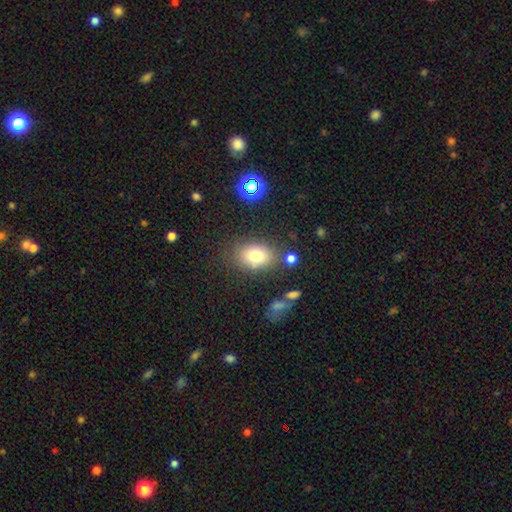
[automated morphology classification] Overall: smooth (76%). How rounded: in between (74%). Merging: none (76%).